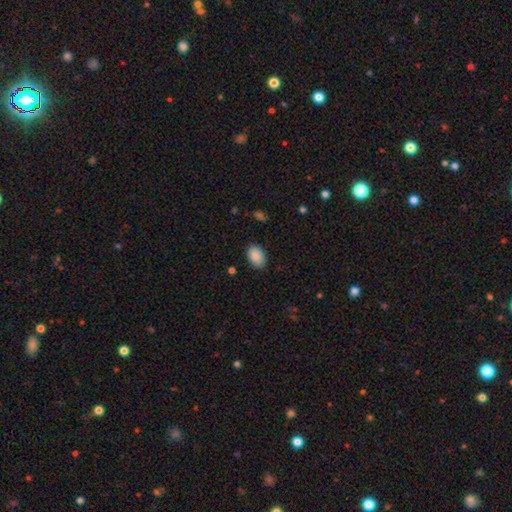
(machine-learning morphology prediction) This is clearly a smooth galaxy (90%). How rounded: clearly in between (90%). Merging: clearly none (87%).